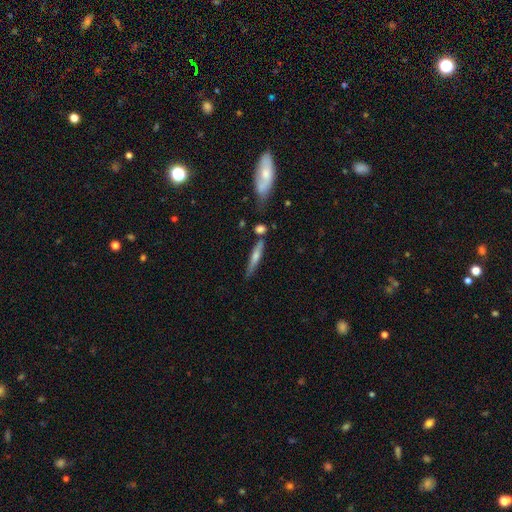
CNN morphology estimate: Overall: smooth (55%; featured or disk 38%). How rounded: cigar-shaped (87%). Merging: none (68%).